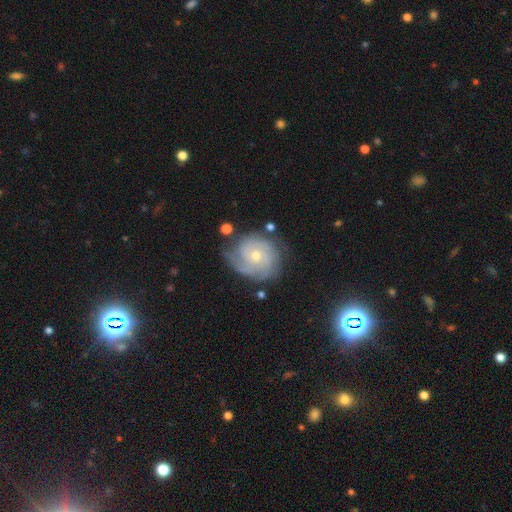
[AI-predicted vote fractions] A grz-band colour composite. It shows a featured or disk galaxy (82%) with no bar (74%), can't tell (28%, tied with 3) tight (65%) spiral arms (95%) and a small central bulge (54%). Merging: none (69%).